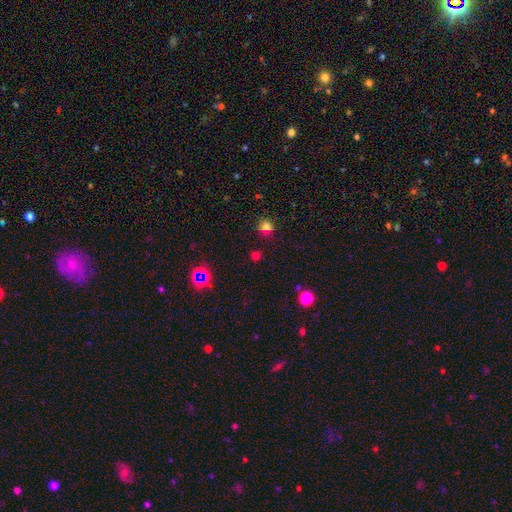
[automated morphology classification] Smooth or featured? smooth (57%)
How rounded? round (88%)
Merging? none (84%)